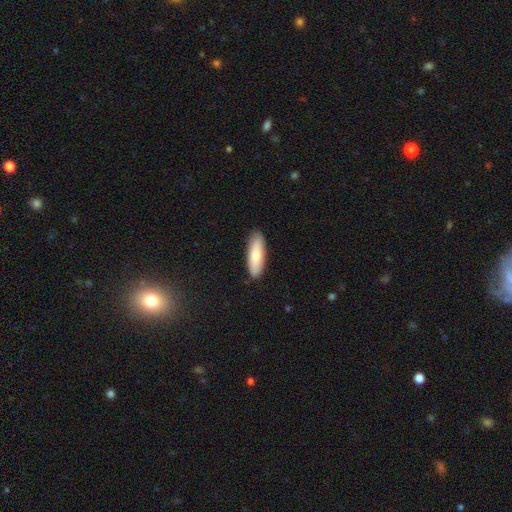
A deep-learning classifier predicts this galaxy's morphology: smooth 77%, featured or disk 18%, star or artifact 5%. Down the decision tree: how rounded — in between (50%); merging — none (89%).